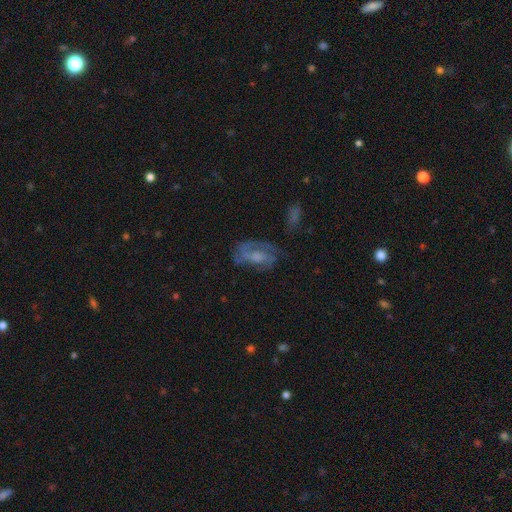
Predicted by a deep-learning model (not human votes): Q: Smooth or featured?
A: featured or disk (64%); runner-up: smooth (26%)
Q: Edge-on disk?
A: no (95%); runner-up: yes (5%)
Q: Bar?
A: no (63%); runner-up: weak (30%)
Q: Spiral arms?
A: yes (75%); runner-up: no (25%)
Q: Bulge size?
A: moderate (39%); runner-up: small (23%)
Q: Merging?
A: none (53%); runner-up: minor disturbance (23%)